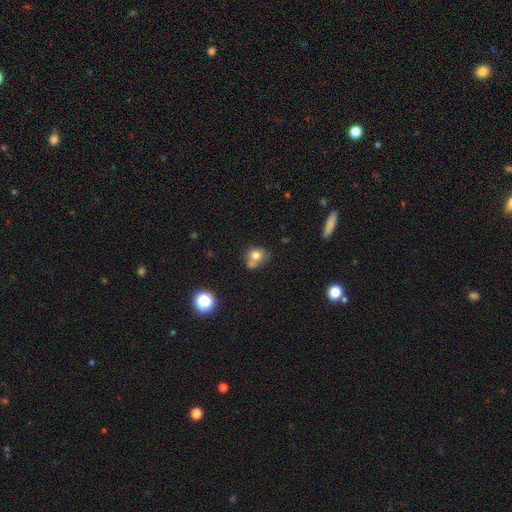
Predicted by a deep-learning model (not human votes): Smooth or featured? smooth (75%)
How rounded? round (69%)
Merging? none (42%)